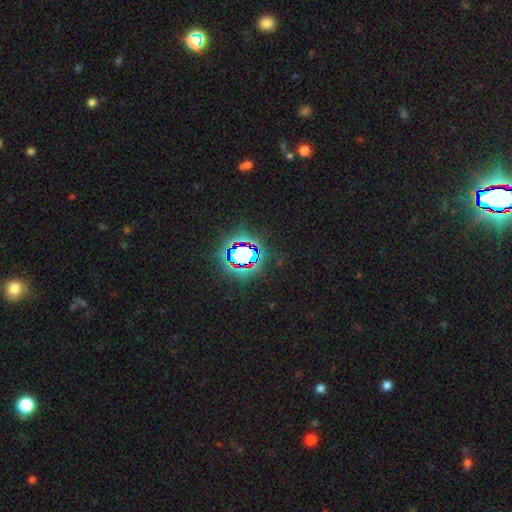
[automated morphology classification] Smooth or featured: star or artifact — 81% (smooth — 11%)